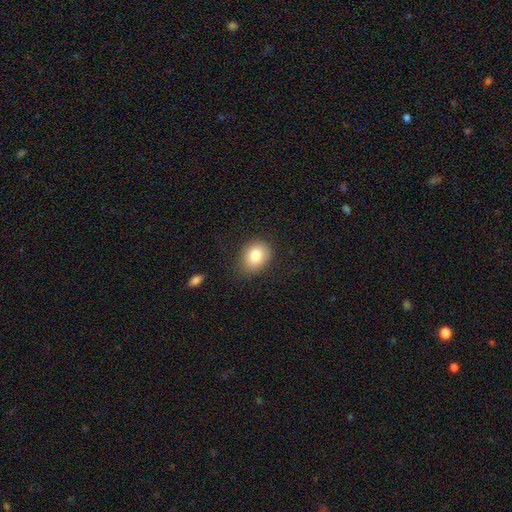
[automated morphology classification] smooth-or-featured: smooth: 83% | star or artifact: 9% | featured or disk: 9%
  how-rounded: in between: 58% | round: 41% | cigar-shaped: 1%
  merging: none: 74% | minor disturbance: 19% | major disturbance: 5% | merger: 1%